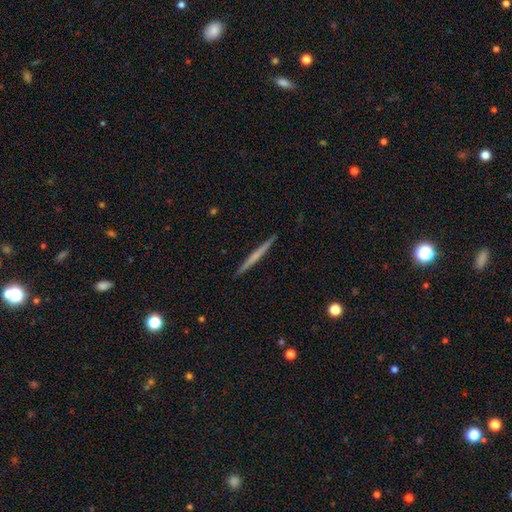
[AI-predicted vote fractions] featured or disk 48%, smooth 46%, star or artifact 5%. Down the decision tree: merging — none (92%).